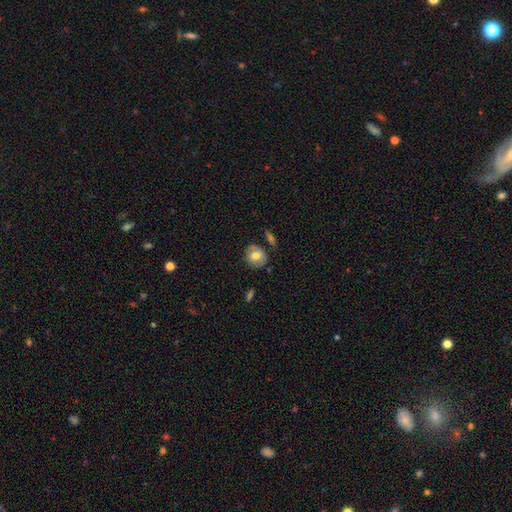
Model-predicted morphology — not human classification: Smooth or featured? smooth (67%)
How rounded? round (74%)
Merging? none (74%)